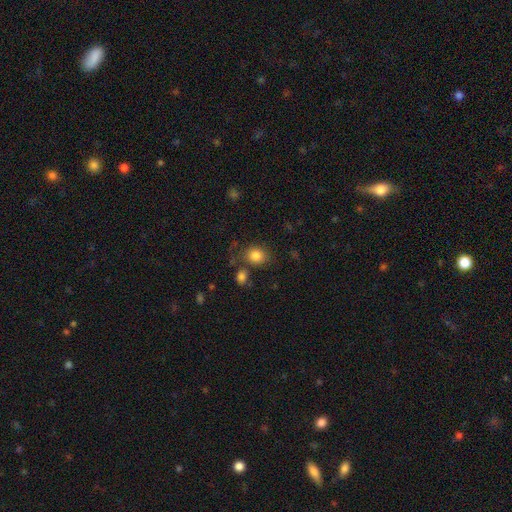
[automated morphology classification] This appears to be a smooth galaxy with no disk features (84%) that is round (67%). Merging: none (70%).